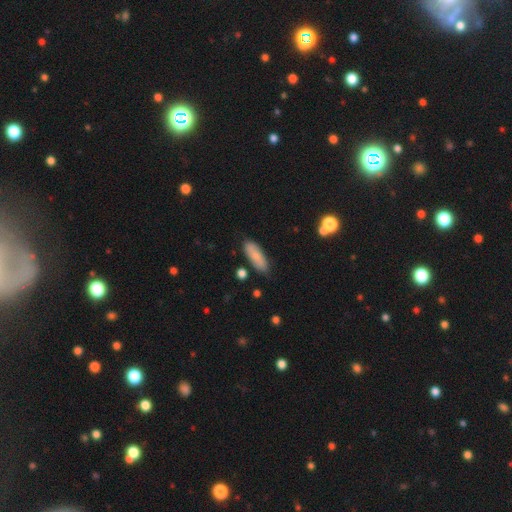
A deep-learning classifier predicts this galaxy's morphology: smooth 77%, featured or disk 16%, star or artifact 7%. Down the decision tree: how rounded — in between (63%); merging — none (79%).